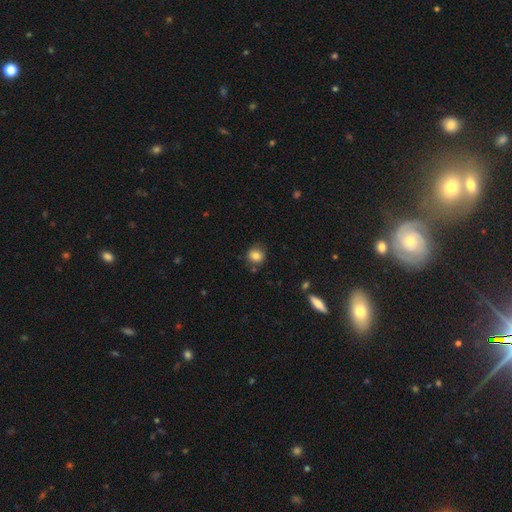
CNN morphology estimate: This is clearly a smooth galaxy (82%). How rounded: clearly round (86%). Merging: clearly none (82%).